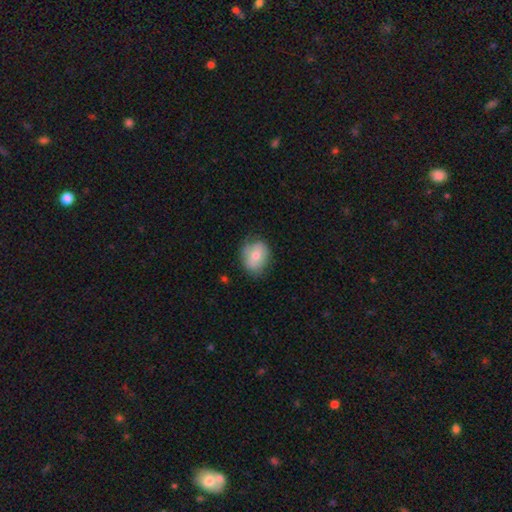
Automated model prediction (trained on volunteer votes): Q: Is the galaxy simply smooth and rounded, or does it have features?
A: smooth — 69%.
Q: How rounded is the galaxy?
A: in between — 50%.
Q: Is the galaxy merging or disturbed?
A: none — 69%.